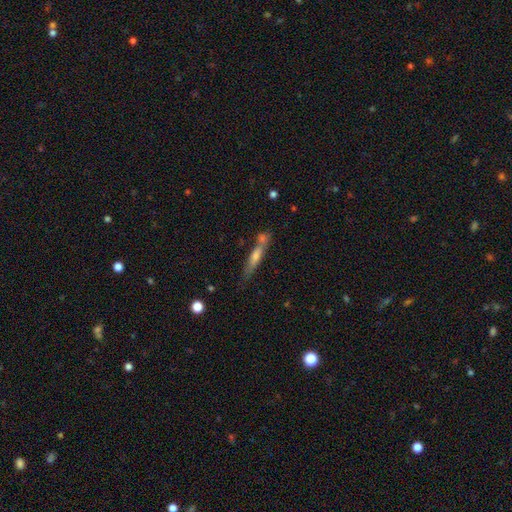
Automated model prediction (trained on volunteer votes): smooth_or_featured: featured or disk (p=0.46) [alt: smooth p=0.45]
merging: none (p=0.61) [alt: merger p=0.19]